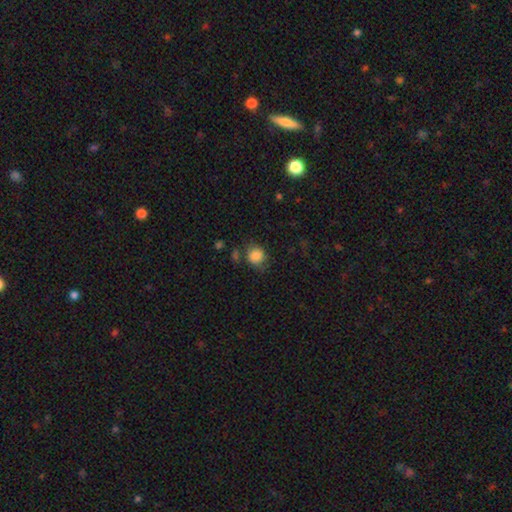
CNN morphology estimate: This appears to be a smooth galaxy with no disk features (84%) that is round (74%). Merging: none (66%).